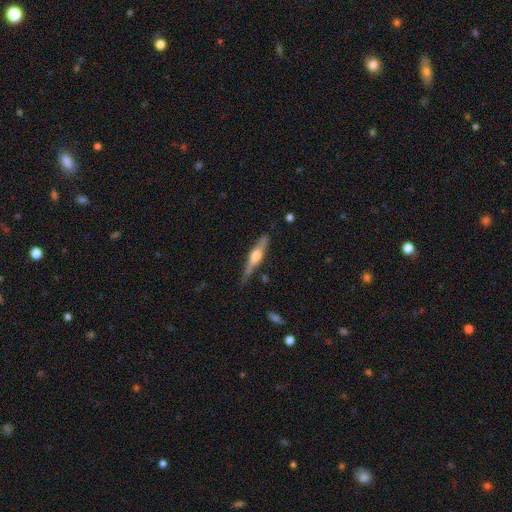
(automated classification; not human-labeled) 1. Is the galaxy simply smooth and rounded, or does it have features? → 68% featured or disk, 27% smooth, 5% star or artifact.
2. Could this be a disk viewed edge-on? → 96% yes, 4% no.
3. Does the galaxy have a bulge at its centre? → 90% rounded, 7% boxy, 3% none.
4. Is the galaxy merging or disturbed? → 76% none, 18% minor disturbance, 4% major disturbance, 2% merger.